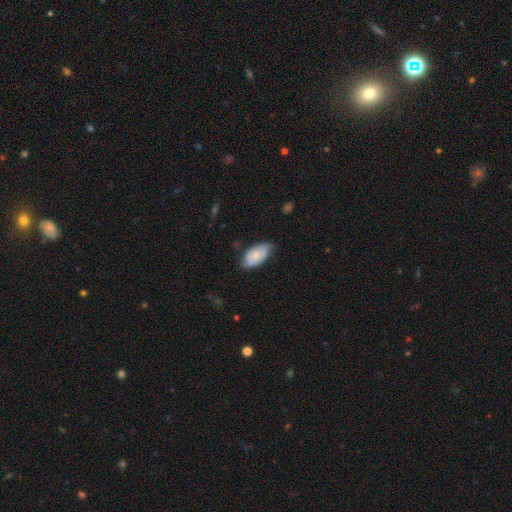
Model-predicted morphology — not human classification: This is likely a smooth galaxy (65%). How rounded: clearly in between (94%). Merging: likely none (66%).